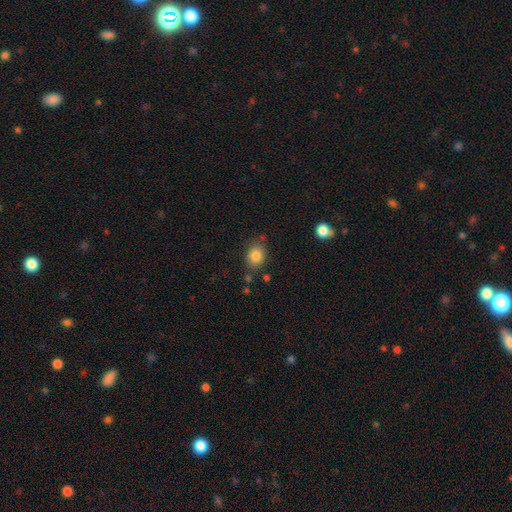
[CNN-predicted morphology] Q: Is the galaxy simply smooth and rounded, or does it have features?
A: smooth — 84%.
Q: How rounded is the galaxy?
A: round — 56%.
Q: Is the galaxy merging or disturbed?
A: none — 78%.